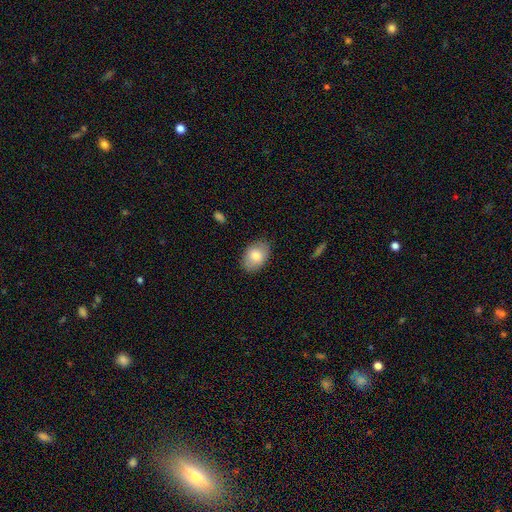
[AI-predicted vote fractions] smooth-or-featured: smooth: 80% | featured or disk: 14% | star or artifact: 7%
  how-rounded: in between: 84% | round: 15% | cigar-shaped: 1%
  merging: none: 84% | minor disturbance: 12% | major disturbance: 3% | merger: 1%